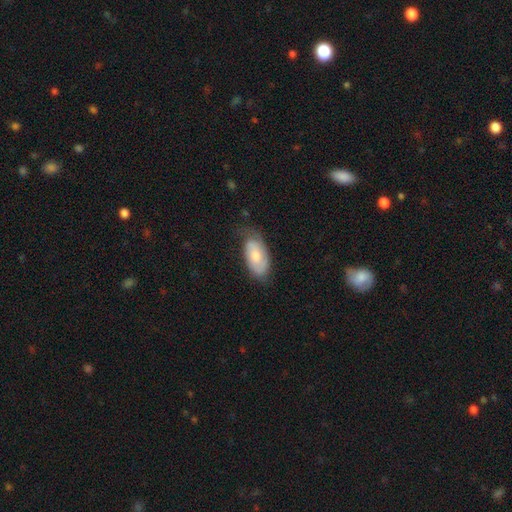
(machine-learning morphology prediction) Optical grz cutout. It shows a smooth galaxy with no disk features (54%) that is in between round and cigar-shaped (92%). Merging: none (59%).